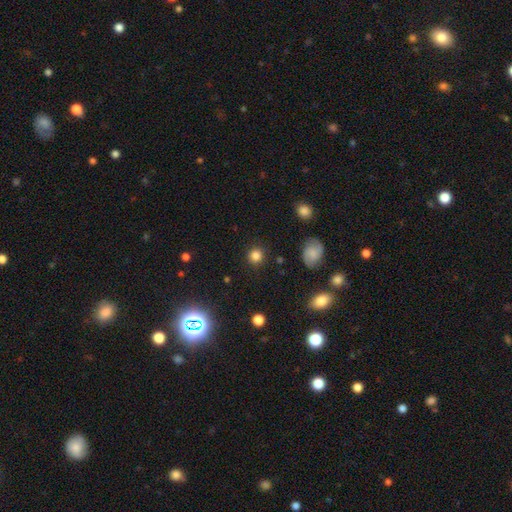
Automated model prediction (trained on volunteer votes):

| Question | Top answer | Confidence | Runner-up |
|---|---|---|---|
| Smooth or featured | smooth | 82% | star or artifact (12%) |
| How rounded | round | 91% | in between (8%) |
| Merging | none | 89% | minor disturbance (7%) |